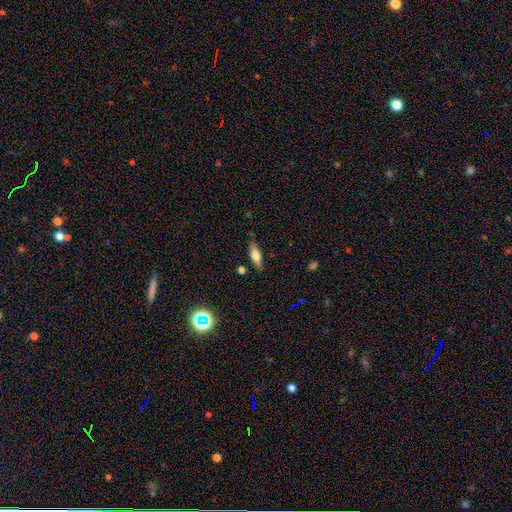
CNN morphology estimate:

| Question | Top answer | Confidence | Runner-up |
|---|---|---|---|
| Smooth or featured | smooth | 49% | featured or disk (43%) |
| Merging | none | 81% | minor disturbance (14%) |